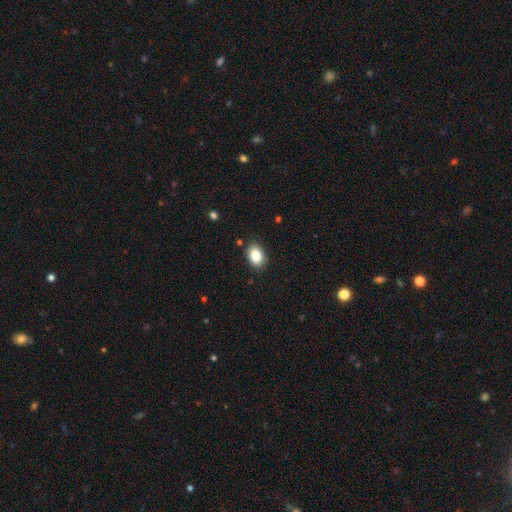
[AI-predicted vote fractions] The model was most divided on "how rounded": in between: 79%, round: 20%, cigar-shaped: 1%. More confident: smooth or featured — smooth (86%); merging — none (86%).